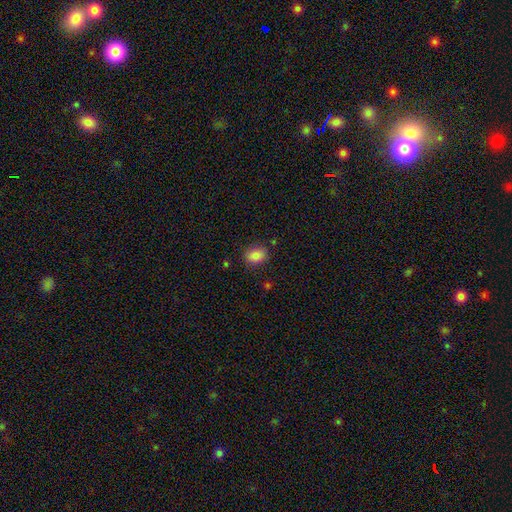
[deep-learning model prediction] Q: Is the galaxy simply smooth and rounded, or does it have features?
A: smooth — 85%.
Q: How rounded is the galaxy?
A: in between — 60%.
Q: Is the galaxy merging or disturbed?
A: none — 82%.